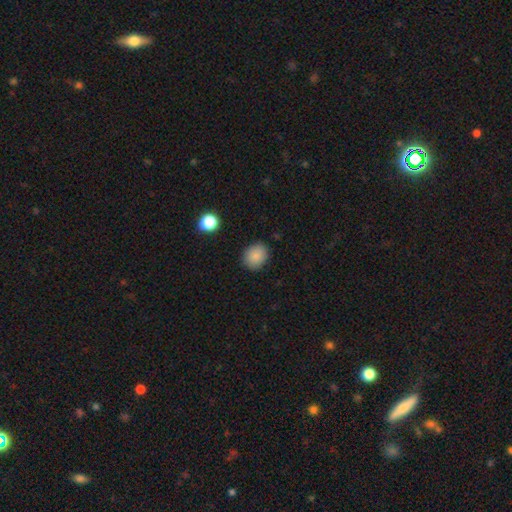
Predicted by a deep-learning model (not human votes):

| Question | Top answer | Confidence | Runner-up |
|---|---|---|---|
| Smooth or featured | smooth | 87% | star or artifact (9%) |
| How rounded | round | 59% | in between (40%) |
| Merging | none | 87% | minor disturbance (9%) |